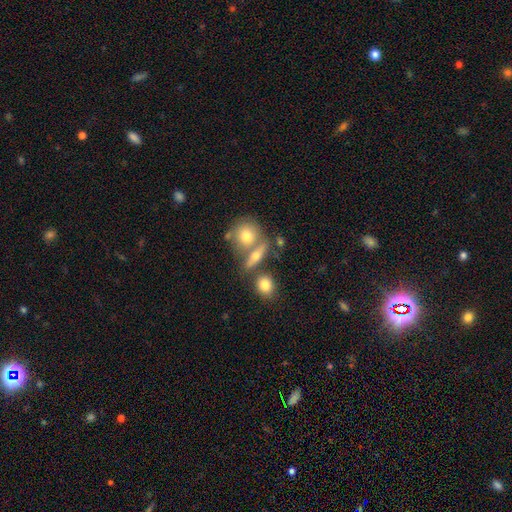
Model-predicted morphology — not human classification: A smooth galaxy with no disk features (58%) that is in between round and cigar-shaped (42%).

Vote fractions:
- Smooth or featured? smooth: 58% / featured or disk: 33% / star or artifact: 9%
- How rounded? in between: 42% / round: 37% / cigar-shaped: 21%
- Merging? none: 54% / merger: 30% / minor disturbance: 11% / major disturbance: 5%